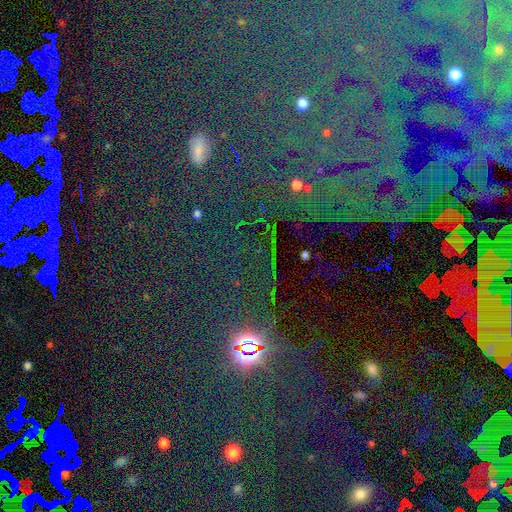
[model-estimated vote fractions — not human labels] This is likely a star or artifact rather than a galaxy (73%).